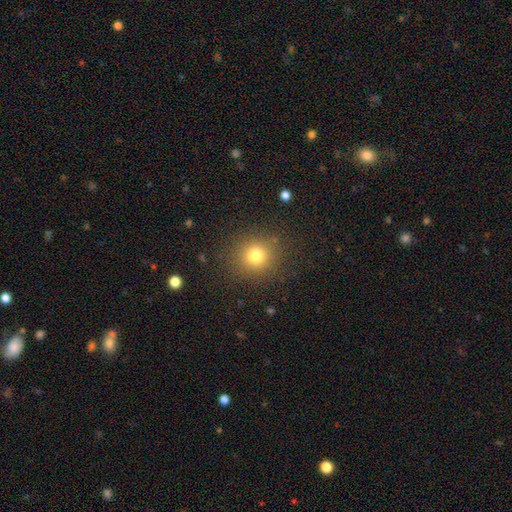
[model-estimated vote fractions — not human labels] Overall: smooth (76%). How rounded: round (90%). Merging: none (87%).